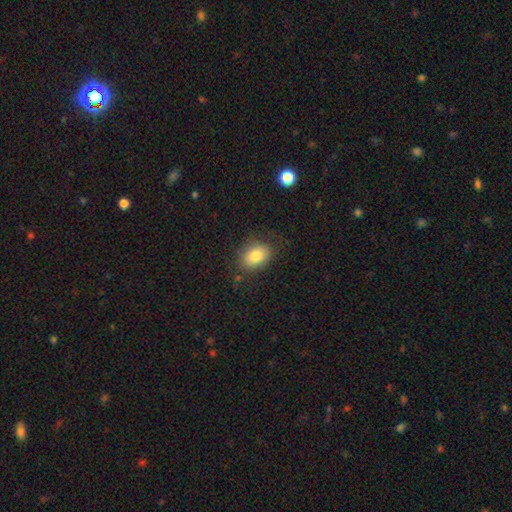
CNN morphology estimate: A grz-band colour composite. It shows a smooth galaxy with no disk features (82%) that is in between round and cigar-shaped (76%). Merging: none (79%).